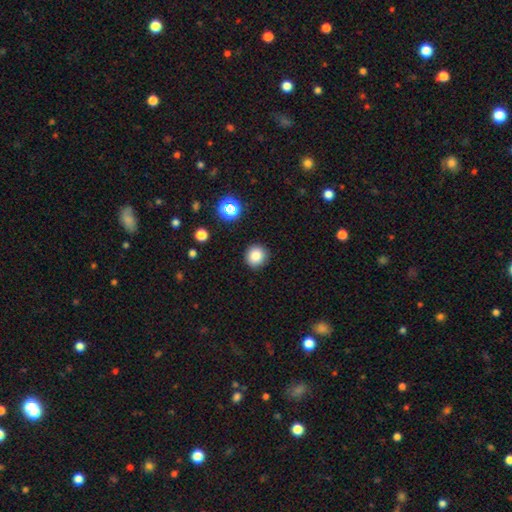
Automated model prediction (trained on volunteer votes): Smooth or featured? smooth (84%)
How rounded? round (92%)
Merging? none (90%)